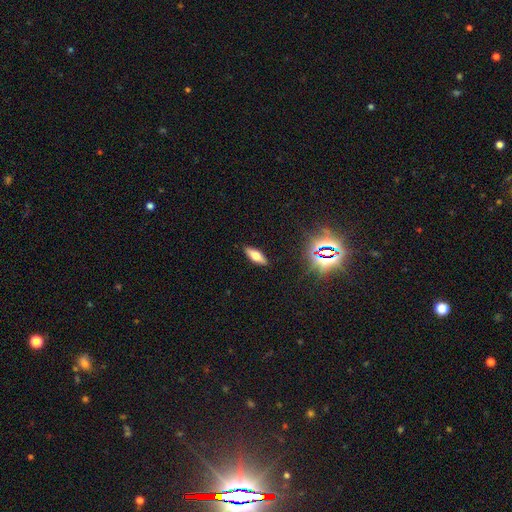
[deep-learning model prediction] The model was most divided on "how rounded": in between: 61%, cigar-shaped: 37%, round: 3%. More confident: merging — none (89%); smooth or featured — smooth (58%).